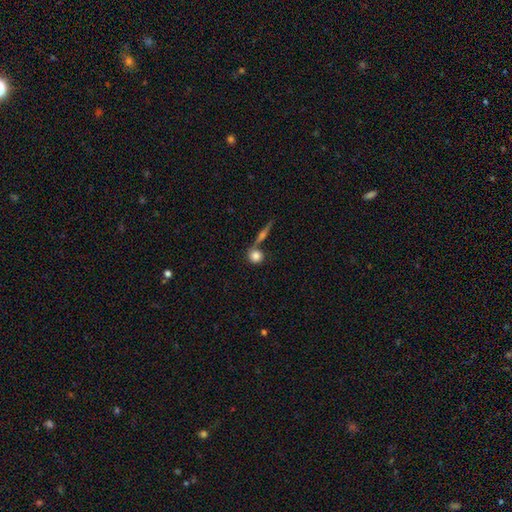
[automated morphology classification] Smooth or featured? Predicted: smooth (p=0.78). How rounded? Predicted: round (p=0.84). Merging? Predicted: none (p=0.61).